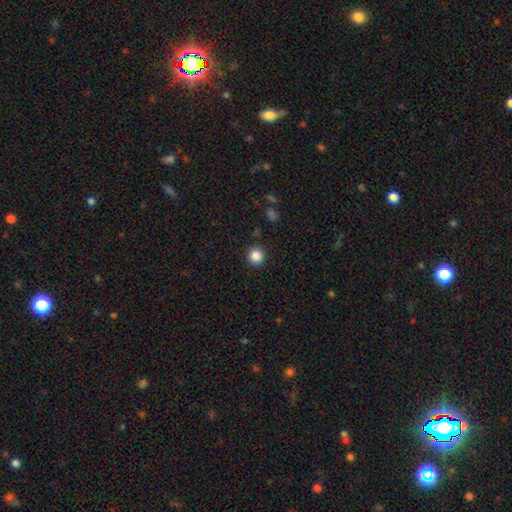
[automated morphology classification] The model was most divided on "smooth or featured": smooth: 86%, star or artifact: 11%, featured or disk: 3%. More confident: how rounded — round (94%); merging — none (92%).